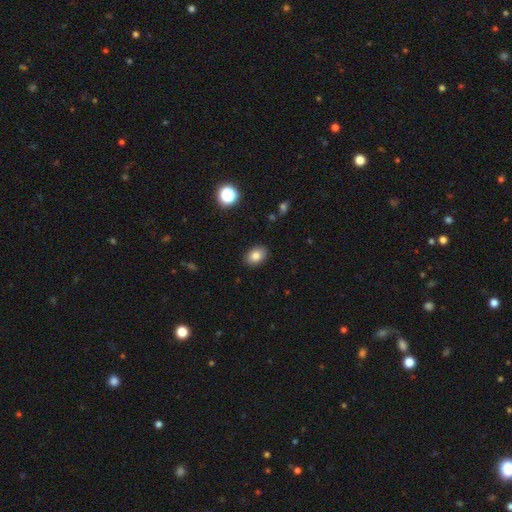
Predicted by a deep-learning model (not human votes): Smooth or featured? Predicted: smooth (p=0.82). How rounded? Predicted: in between (p=0.74). Merging? Predicted: none (p=0.89).